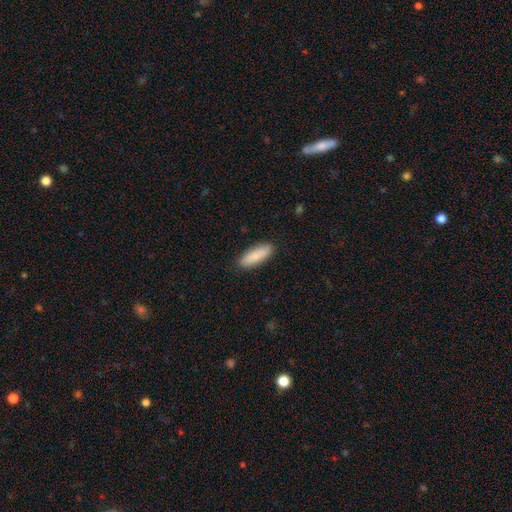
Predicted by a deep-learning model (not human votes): Overall: smooth (86%). How rounded: in between (58%; cigar-shaped 41%). Merging: none (89%).